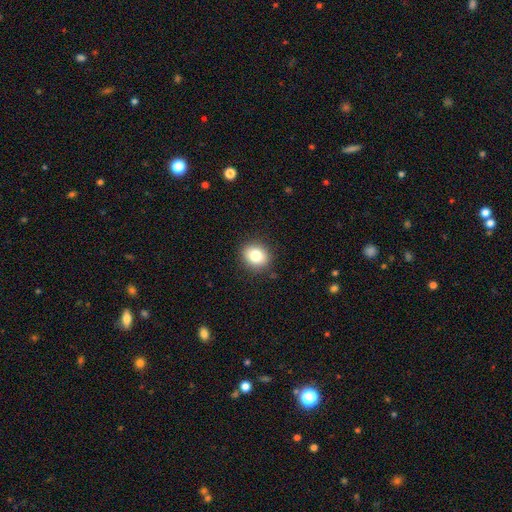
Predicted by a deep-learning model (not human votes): Overall: smooth (81%). How rounded: round (70%). Merging: none (89%).